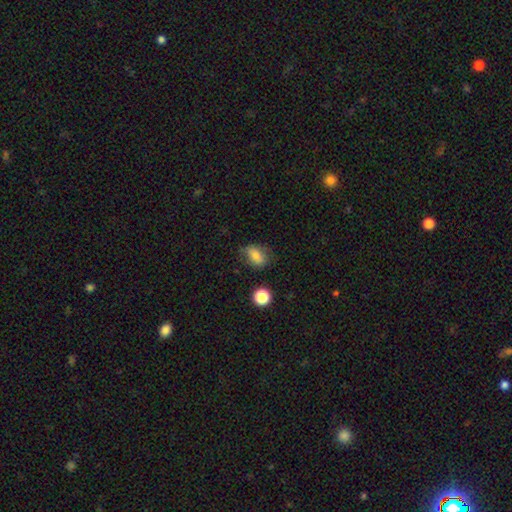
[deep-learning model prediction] smooth 75%, featured or disk 15%, star or artifact 11%. Down the decision tree: how rounded — in between (78%); merging — none (63%).